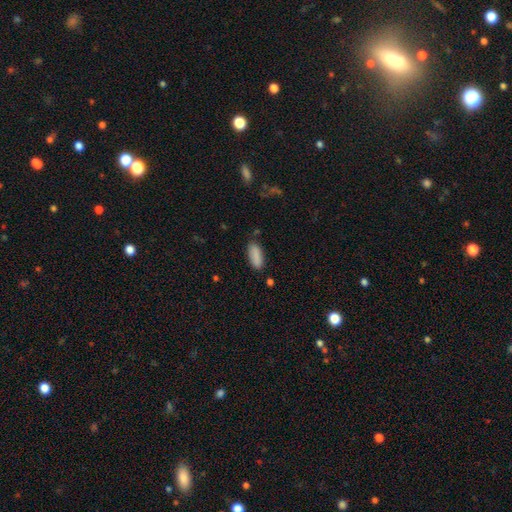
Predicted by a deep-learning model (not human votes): The model was most divided on "how rounded": in between: 73%, cigar-shaped: 26%, round: 2%. More confident: smooth or featured — smooth (88%); merging — none (82%).